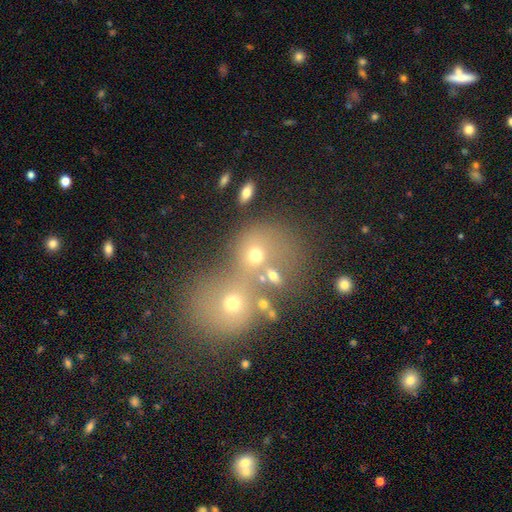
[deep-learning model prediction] Morphology: type=smooth (58%); roundness=round (72%); merging=merger (63%).